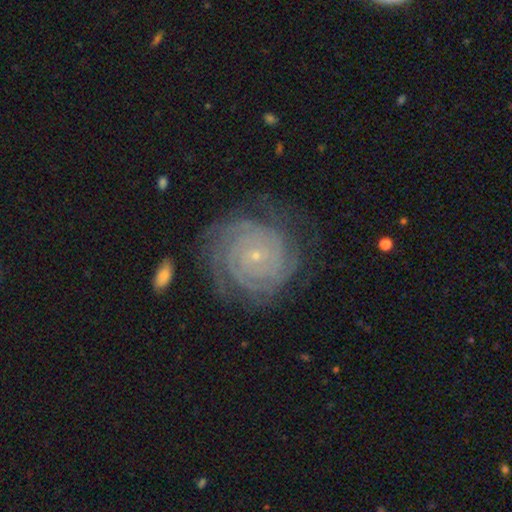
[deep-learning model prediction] This is clearly a featured or disk galaxy (86%). It is clearly not viewed edge-on (98%). Bar: clearly no (80%). Spiral arm pattern: clearly yes (98%). Spiral arm count: marginally can't tell (25%). Spiral winding: clearly tight (87%). Central bulge: clearly small (88%). Merging: likely none (75%).